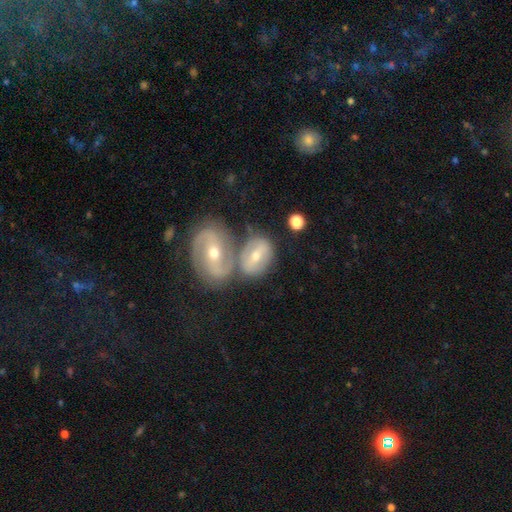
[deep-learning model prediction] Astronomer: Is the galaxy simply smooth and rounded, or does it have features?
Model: featured or disk — 66%.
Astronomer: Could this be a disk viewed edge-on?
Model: no — 94%.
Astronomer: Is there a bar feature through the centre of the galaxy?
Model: weak — 39% (runner-up: strong, 37%).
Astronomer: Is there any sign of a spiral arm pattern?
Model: yes — 75%.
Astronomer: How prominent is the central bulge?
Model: moderate — 62%.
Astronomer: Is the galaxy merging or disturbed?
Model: merger — 45% (runner-up: none, 38%).